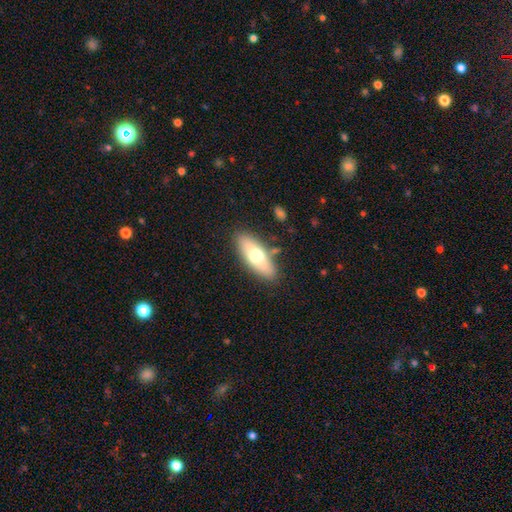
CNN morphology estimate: Smooth or featured: smooth — 61% (featured or disk — 33%)
How rounded: in between — 70% (cigar-shaped — 28%)
Merging: none — 85% (minor disturbance — 10%)